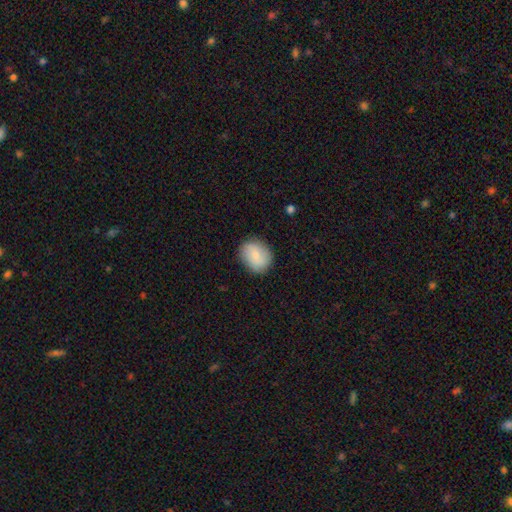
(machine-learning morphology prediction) This appears to be a smooth galaxy with no disk features (80%) that is round (58%). Merging: none (84%).